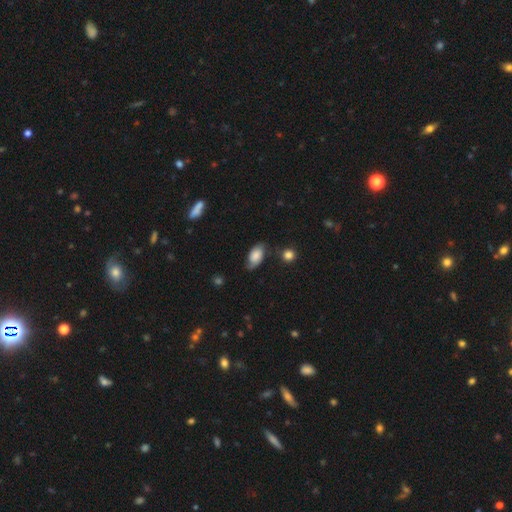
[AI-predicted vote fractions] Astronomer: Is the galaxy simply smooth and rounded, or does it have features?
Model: smooth — 62%.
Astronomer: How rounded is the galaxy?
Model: in between — 92%.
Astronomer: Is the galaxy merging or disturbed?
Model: none — 62%.